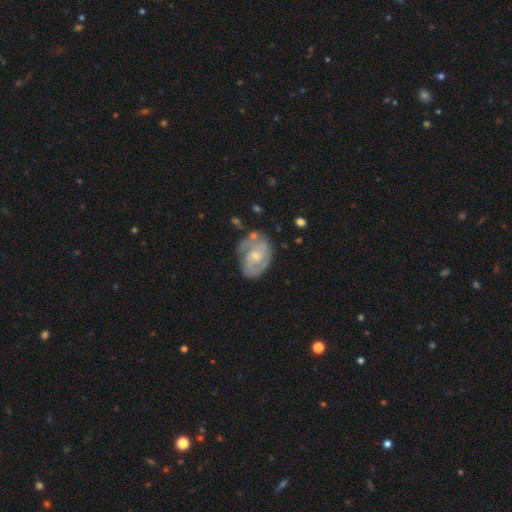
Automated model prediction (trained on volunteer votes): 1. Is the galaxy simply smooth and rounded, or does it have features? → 83% featured or disk, 12% smooth, 5% star or artifact.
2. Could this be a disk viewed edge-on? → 97% no, 3% yes.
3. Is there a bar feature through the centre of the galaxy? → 55% no, 37% weak, 7% strong.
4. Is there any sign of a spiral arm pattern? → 94% yes, 6% no.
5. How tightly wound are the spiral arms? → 45% medium, 43% tight, 12% loose.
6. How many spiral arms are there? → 75% 2, 10% can't tell, 9% 3, 3% 1, 2% 4, 2% more than 4.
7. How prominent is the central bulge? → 59% small, 35% moderate, 3% none, 2% large, 1% dominant.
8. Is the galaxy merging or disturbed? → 69% none, 19% minor disturbance, 7% major disturbance, 4% merger.